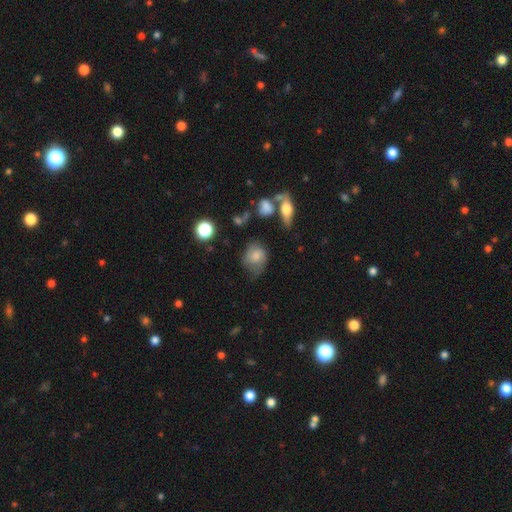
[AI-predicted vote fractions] Smooth or featured? Predicted: smooth (p=0.61). How rounded? Predicted: round (p=0.55). Merging? Predicted: none (p=0.51).